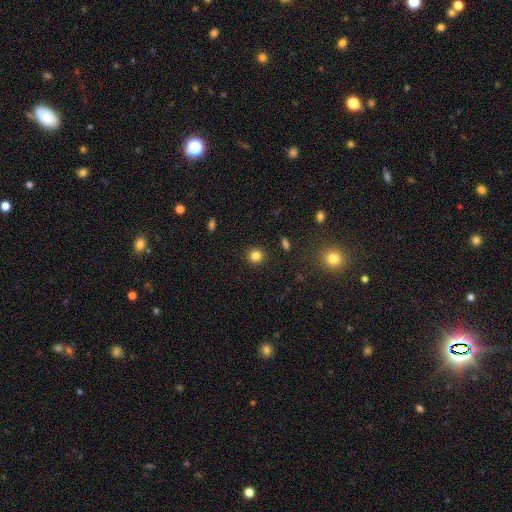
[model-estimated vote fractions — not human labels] Smooth or featured?
  - smooth: 83% *
  - star or artifact: 12%
  - featured or disk: 5%
How rounded?
  - round: 92% *
  - in between: 7%
  - cigar-shaped: 1%
Merging?
  - none: 92% *
  - minor disturbance: 5%
  - major disturbance: 2%
  - merger: 1%